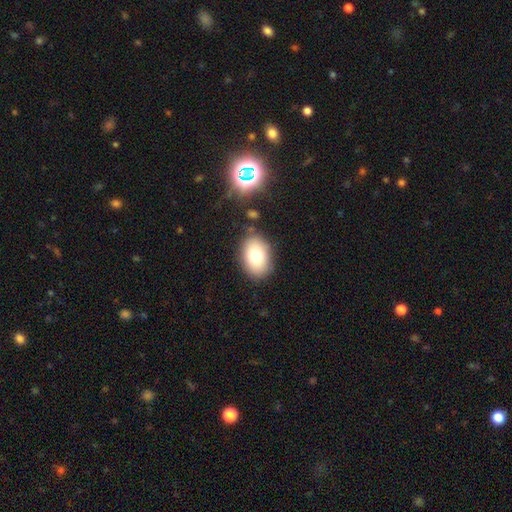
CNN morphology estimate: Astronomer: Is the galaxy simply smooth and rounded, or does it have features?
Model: smooth — 77%.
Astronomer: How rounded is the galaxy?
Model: in between — 81%.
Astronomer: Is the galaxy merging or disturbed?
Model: none — 84%.